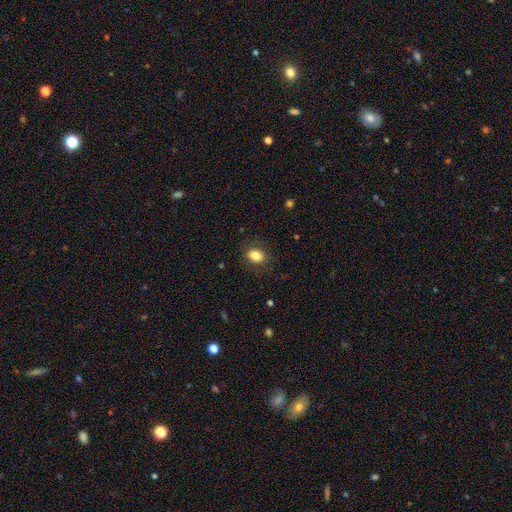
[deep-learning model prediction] smooth-or-featured: smooth: 83% | star or artifact: 9% | featured or disk: 7%
  how-rounded: in between: 65% | round: 34% | cigar-shaped: 1%
  merging: none: 84% | minor disturbance: 11% | major disturbance: 4% | merger: 1%